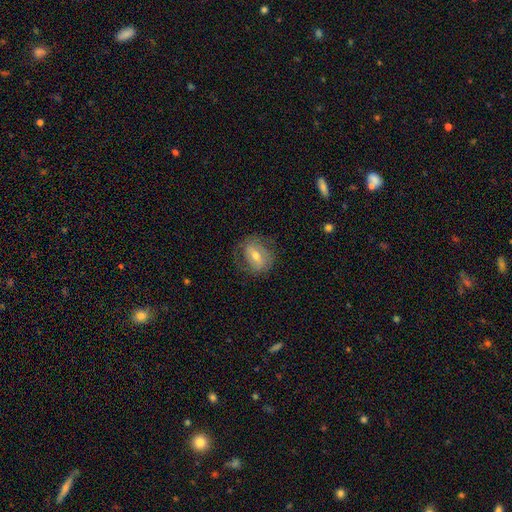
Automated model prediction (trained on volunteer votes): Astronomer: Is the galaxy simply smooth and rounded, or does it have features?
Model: featured or disk — 51% (runner-up: smooth, 41%).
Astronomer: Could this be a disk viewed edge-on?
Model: no — 94%.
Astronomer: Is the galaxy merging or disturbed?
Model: none — 65%.